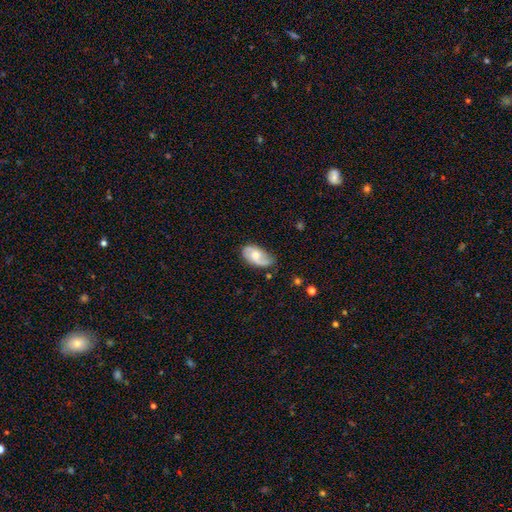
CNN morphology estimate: Smooth or featured: featured or disk — 54% (smooth — 39%)
Edge-on disk: no — 95% (yes — 5%)
Bar: no — 65% (weak — 30%)
Spiral arms: yes — 85% (no — 15%)
Bulge size: moderate — 57% (small — 29%)
Merging: none — 59% (minor disturbance — 29%)